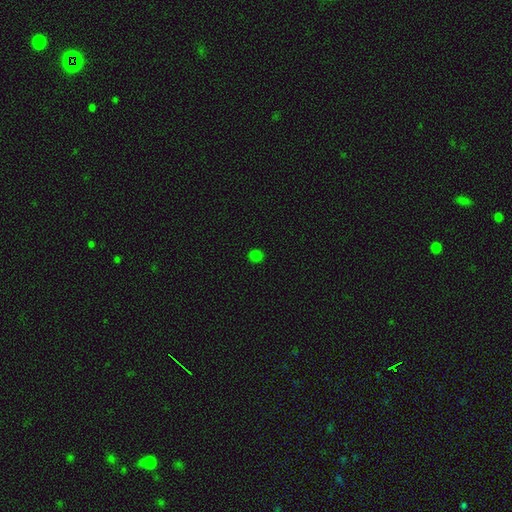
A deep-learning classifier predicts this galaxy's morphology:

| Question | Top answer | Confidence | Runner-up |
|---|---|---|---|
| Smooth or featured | smooth | 80% | star or artifact (18%) |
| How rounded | round | 86% | in between (13%) |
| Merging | none | 91% | minor disturbance (6%) |